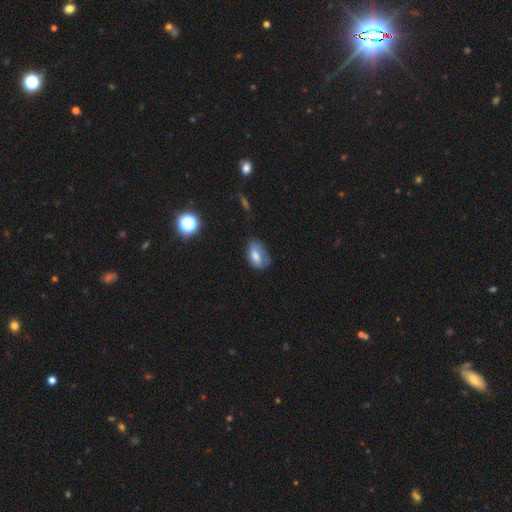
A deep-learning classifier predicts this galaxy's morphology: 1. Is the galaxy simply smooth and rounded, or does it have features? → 71% smooth, 20% featured or disk, 10% star or artifact.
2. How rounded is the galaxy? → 88% in between, 9% round, 3% cigar-shaped.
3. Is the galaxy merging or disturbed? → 48% none, 35% minor disturbance, 15% major disturbance, 2% merger.